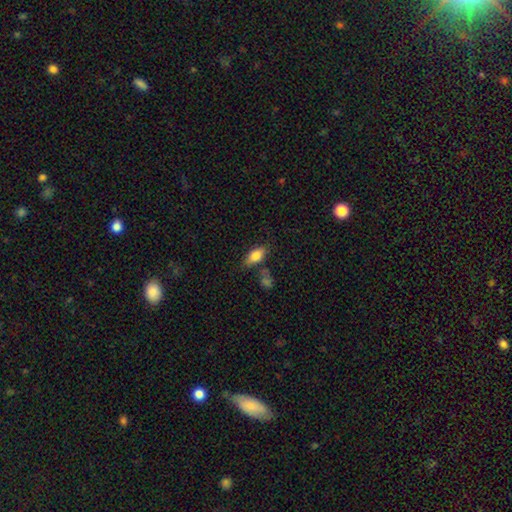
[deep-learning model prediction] A smooth galaxy with no disk features (77%) that is in between round and cigar-shaped (84%).

Vote fractions:
- Smooth or featured? smooth: 77% / featured or disk: 15% / star or artifact: 8%
- How rounded? in between: 84% / cigar-shaped: 11% / round: 5%
- Merging? none: 63% / minor disturbance: 21% / merger: 10% / major disturbance: 7%